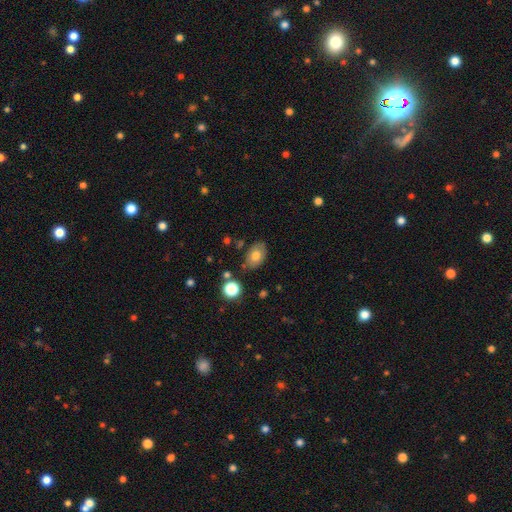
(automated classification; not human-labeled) Morphology: type=smooth (72%); roundness=in between (82%); merging=none (78%).